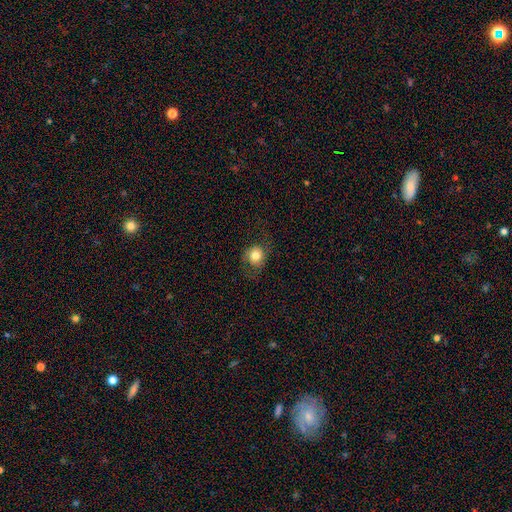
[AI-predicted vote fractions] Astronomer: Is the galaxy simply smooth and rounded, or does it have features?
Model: smooth — 77%.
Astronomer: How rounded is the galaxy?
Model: round — 82%.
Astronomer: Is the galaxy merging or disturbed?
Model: none — 70%.